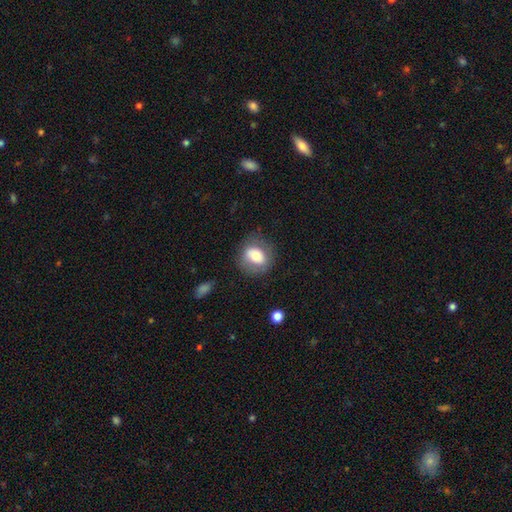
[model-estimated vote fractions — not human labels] This is likely a smooth galaxy (68%). How rounded: possibly round (54%). Merging: likely none (75%).